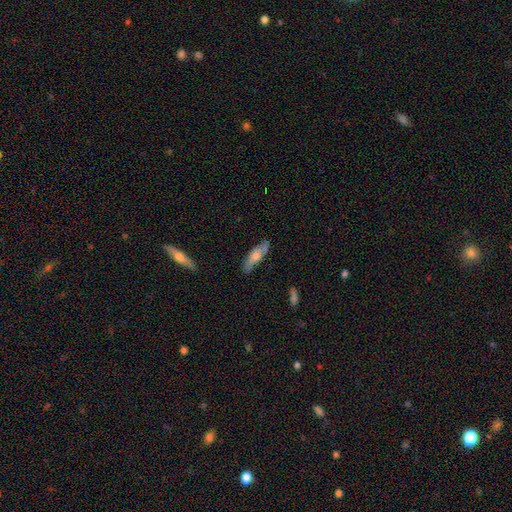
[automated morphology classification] Smooth or featured? Predicted: smooth (p=0.47). Merging? Predicted: none (p=0.82).